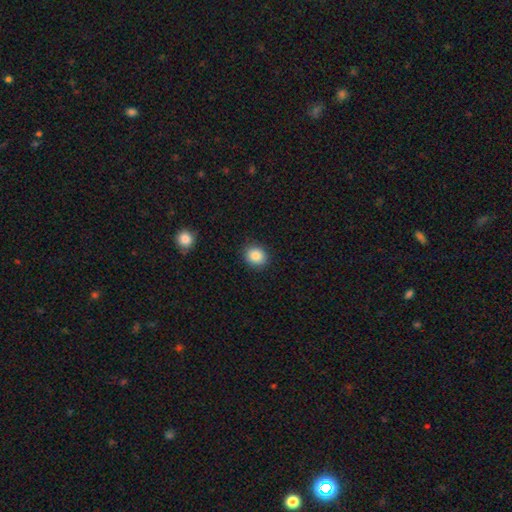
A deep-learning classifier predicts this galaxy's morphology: Q: Smooth or featured?
A: smooth (86%); runner-up: star or artifact (9%)
Q: How rounded?
A: round (75%); runner-up: in between (24%)
Q: Merging?
A: none (90%); runner-up: minor disturbance (7%)